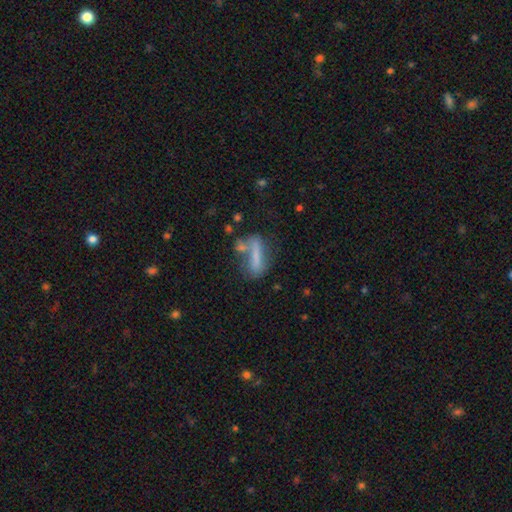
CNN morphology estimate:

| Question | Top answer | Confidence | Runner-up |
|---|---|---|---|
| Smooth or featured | smooth | 63% | featured or disk (26%) |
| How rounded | cigar-shaped | 65% | in between (31%) |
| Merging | none | 44% | minor disturbance (21%) |